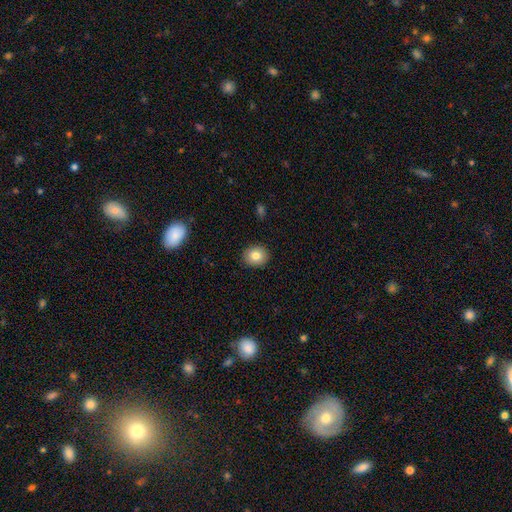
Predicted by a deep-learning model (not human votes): Overall: smooth (82%). How rounded: round (72%). Merging: none (91%).